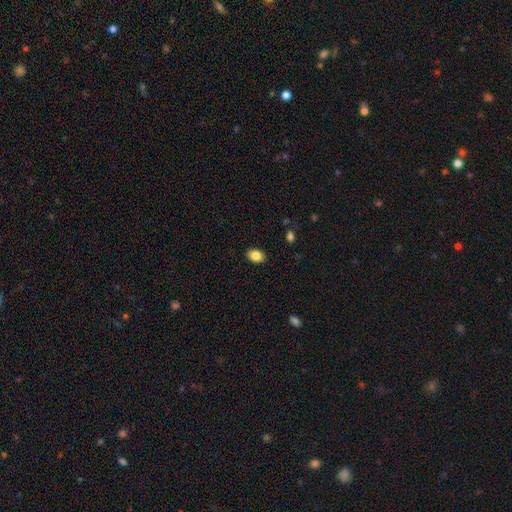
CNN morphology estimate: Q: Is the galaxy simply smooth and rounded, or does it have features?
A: smooth — 85%.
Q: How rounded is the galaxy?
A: in between — 73%.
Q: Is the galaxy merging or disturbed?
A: none — 89%.